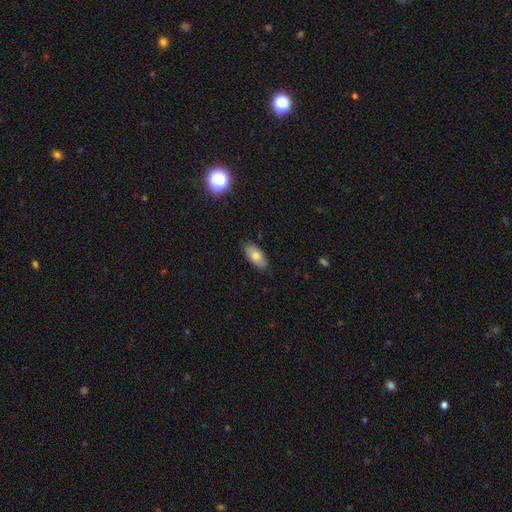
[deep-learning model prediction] This is likely a smooth galaxy (76%). How rounded: clearly in between (91%). Merging: clearly none (84%).